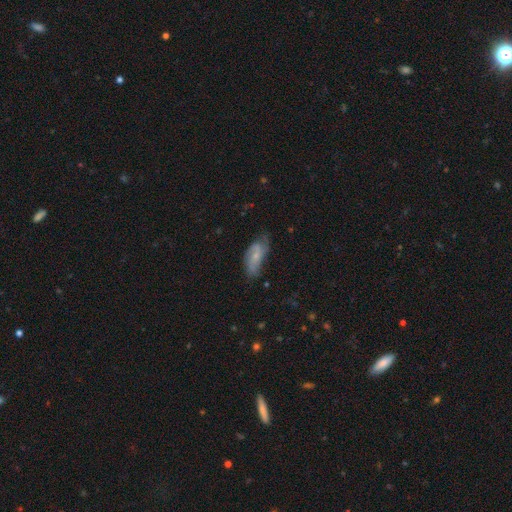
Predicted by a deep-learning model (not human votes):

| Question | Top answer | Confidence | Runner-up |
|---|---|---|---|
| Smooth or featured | featured or disk | 46% | tied: smooth (46%) |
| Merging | none | 49% | minor disturbance (35%) |